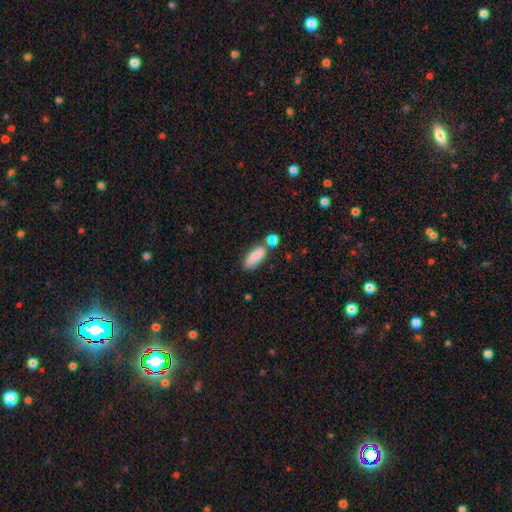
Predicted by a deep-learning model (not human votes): Overall: smooth (79%). How rounded: in between (83%). Merging: none (47%; merger 29%).